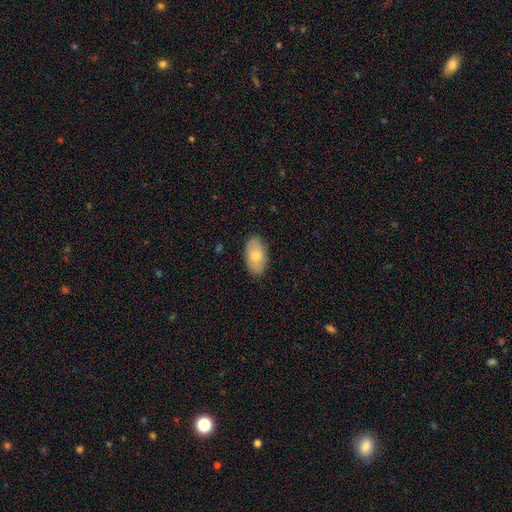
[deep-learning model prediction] The model was most divided on "smooth or featured": smooth: 72%, featured or disk: 21%, star or artifact: 6%. More confident: how rounded — in between (93%); merging — none (86%).